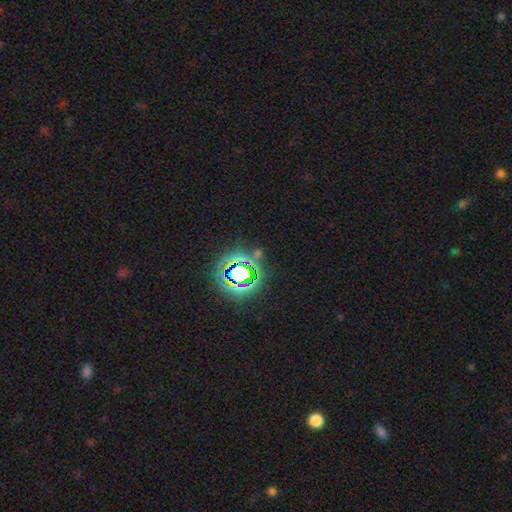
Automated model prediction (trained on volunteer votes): Morphology: type=star or artifact (70%).